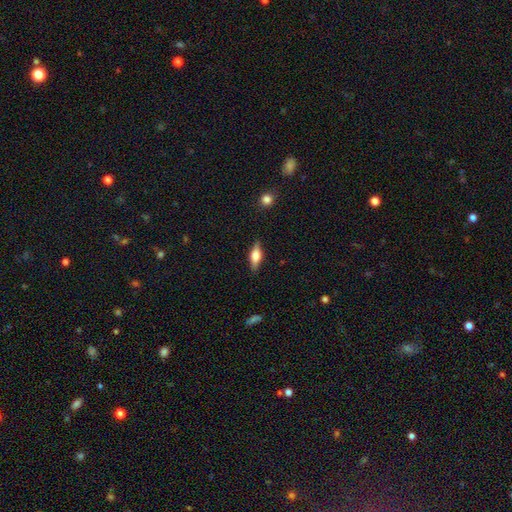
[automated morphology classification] Smooth or featured? smooth (51%)
How rounded? in between (60%)
Merging? none (85%)